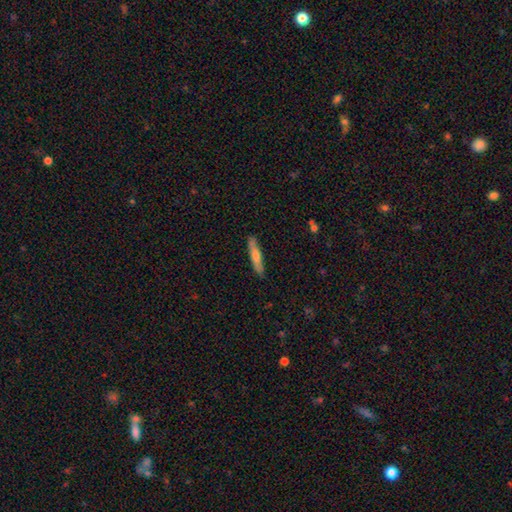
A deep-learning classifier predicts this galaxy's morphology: Smooth or featured?
  - smooth: 51% *
  - featured or disk: 43%
  - star or artifact: 6%
How rounded?
  - cigar-shaped: 91% *
  - in between: 8%
  - round: 2%
Merging?
  - none: 88% *
  - minor disturbance: 9%
  - major disturbance: 2%
  - merger: 1%